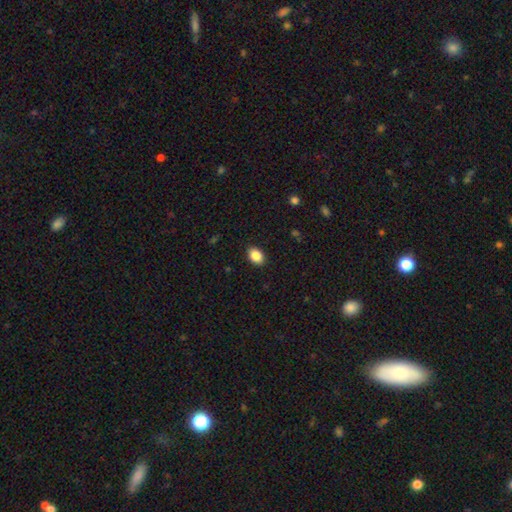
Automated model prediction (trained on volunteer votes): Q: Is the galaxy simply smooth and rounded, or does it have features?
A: smooth — 88%.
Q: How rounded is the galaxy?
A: in between — 82%.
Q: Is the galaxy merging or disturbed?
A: none — 89%.